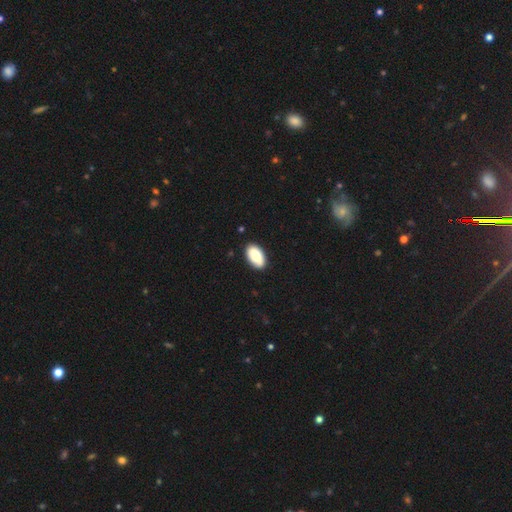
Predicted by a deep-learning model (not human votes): A smooth galaxy with no disk features (85%) that is in between round and cigar-shaped (95%).

Vote fractions:
- Smooth or featured? smooth: 85% / featured or disk: 8% / star or artifact: 6%
- How rounded? in between: 95% / round: 3% / cigar-shaped: 2%
- Merging? none: 85% / minor disturbance: 12% / major disturbance: 2% / merger: 1%